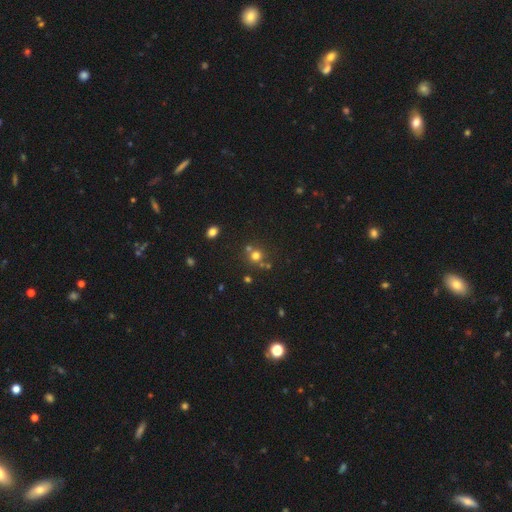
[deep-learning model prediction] A smooth galaxy with no disk features (67%) that is round (89%).

Vote fractions:
- Smooth or featured? smooth: 67% / star or artifact: 22% / featured or disk: 11%
- How rounded? round: 89% / in between: 10% / cigar-shaped: 1%
- Merging? none: 65% / merger: 23% / minor disturbance: 8% / major disturbance: 4%